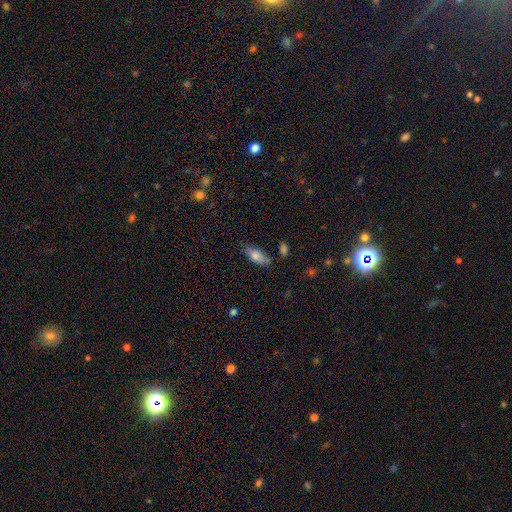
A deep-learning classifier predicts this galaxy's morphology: Smooth or featured?
  - smooth: 77% *
  - featured or disk: 15%
  - star or artifact: 7%
How rounded?
  - in between: 81% *
  - cigar-shaped: 16%
  - round: 3%
Merging?
  - none: 65% *
  - minor disturbance: 23%
  - merger: 7%
  - major disturbance: 5%